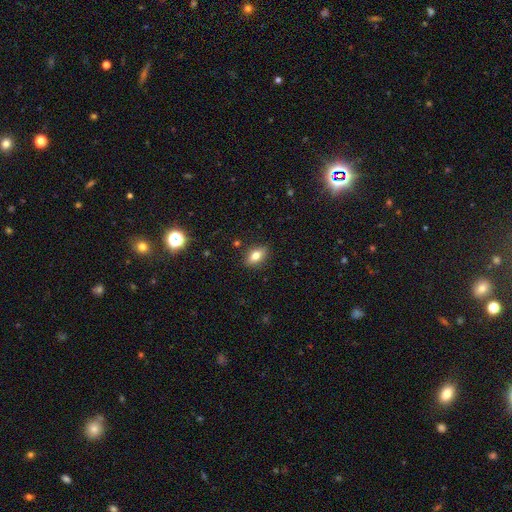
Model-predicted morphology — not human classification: Smooth or featured: smooth — 73% (featured or disk — 17%)
How rounded: in between — 83% (round — 10%)
Merging: none — 86% (minor disturbance — 10%)